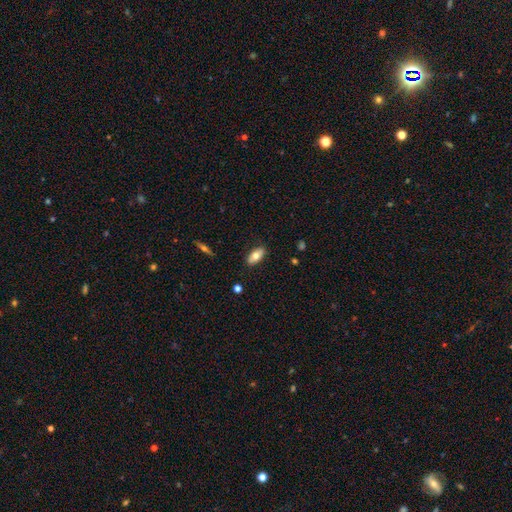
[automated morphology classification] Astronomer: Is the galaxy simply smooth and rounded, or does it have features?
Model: smooth — 71%.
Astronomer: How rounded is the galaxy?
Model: in between — 88%.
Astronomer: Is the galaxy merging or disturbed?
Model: none — 87%.